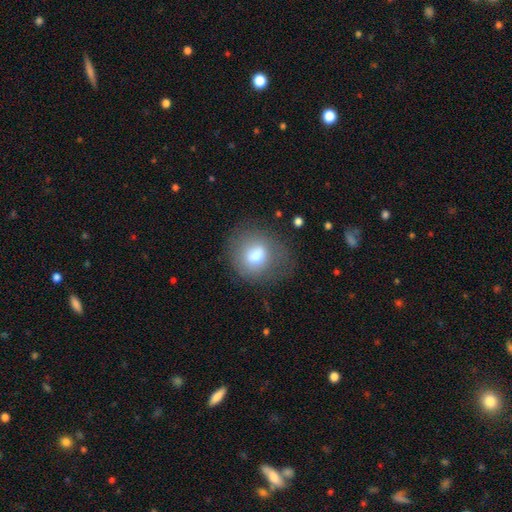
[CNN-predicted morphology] The model was most divided on "merging": none: 65%, minor disturbance: 20%, major disturbance: 13%, merger: 2%. More confident: how rounded — round (73%); smooth or featured — smooth (73%).